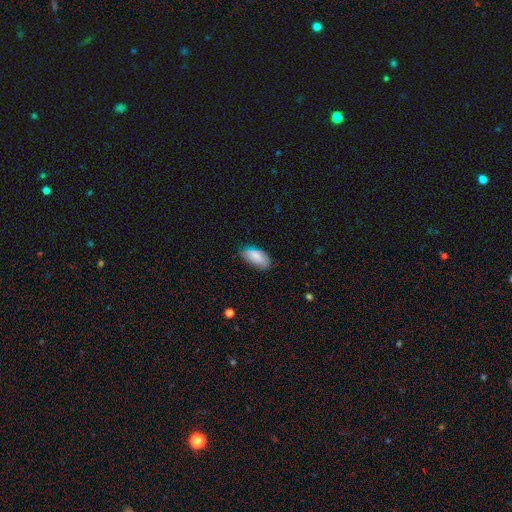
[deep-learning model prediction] This appears to be a smooth galaxy with no disk features (82%) that is in between round and cigar-shaped (92%). Merging: none (62%).